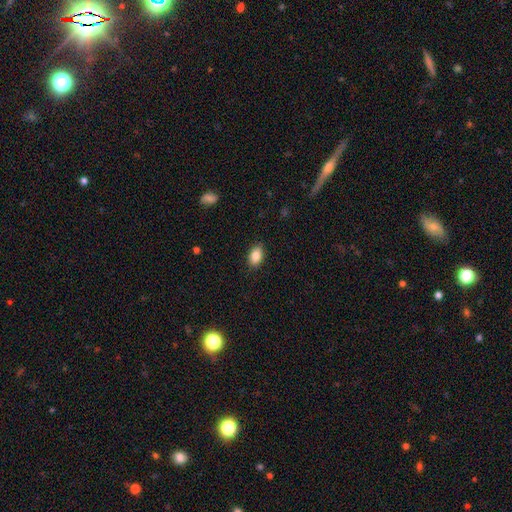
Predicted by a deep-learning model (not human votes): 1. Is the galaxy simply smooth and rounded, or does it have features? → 86% smooth, 8% star or artifact, 6% featured or disk.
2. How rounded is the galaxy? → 86% in between, 13% round, 1% cigar-shaped.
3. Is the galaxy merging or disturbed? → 88% none, 9% minor disturbance, 2% major disturbance, 1% merger.